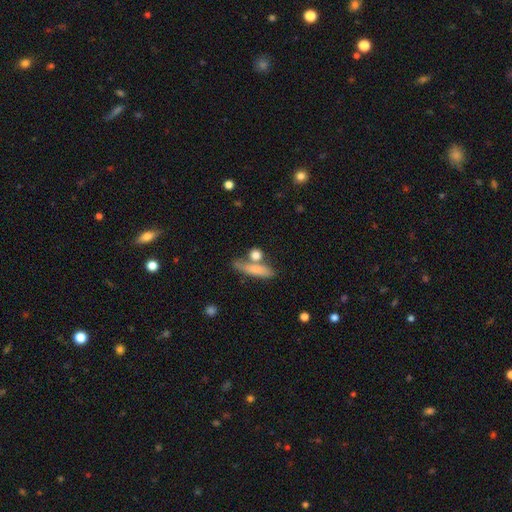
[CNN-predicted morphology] Q: Smooth or featured?
A: smooth (78%); runner-up: featured or disk (13%)
Q: How rounded?
A: round (40%); runner-up: cigar-shaped (32%)
Q: Merging?
A: none (53%); runner-up: merger (26%)